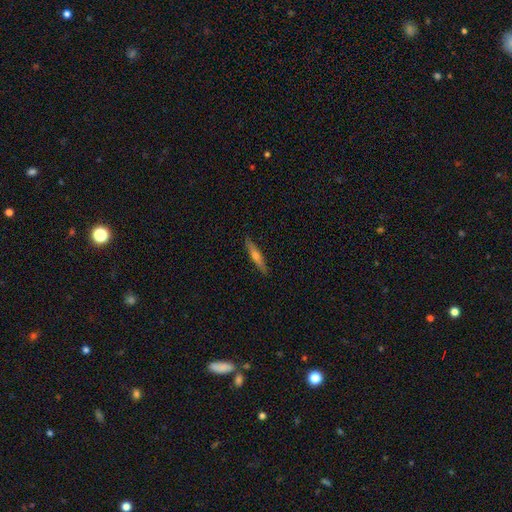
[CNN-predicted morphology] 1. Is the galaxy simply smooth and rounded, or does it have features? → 49% featured or disk, 45% smooth, 6% star or artifact.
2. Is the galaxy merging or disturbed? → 90% none, 8% minor disturbance, 2% major disturbance, 1% merger.